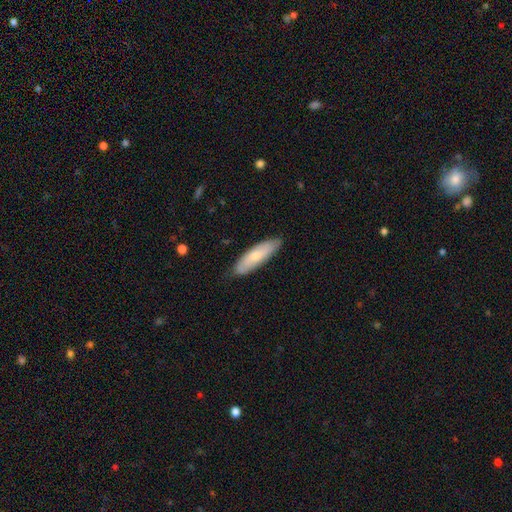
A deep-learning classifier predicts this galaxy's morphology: This appears to be a smooth galaxy with no disk features (63%) that is cigar-shaped (52%). Merging: none (79%).